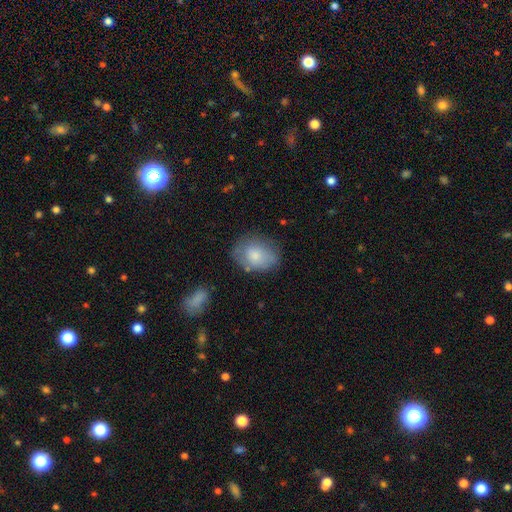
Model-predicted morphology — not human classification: smooth-or-featured: smooth: 75% | featured or disk: 18% | star or artifact: 7%
  how-rounded: in between: 70% | round: 29% | cigar-shaped: 1%
  merging: none: 65% | minor disturbance: 25% | major disturbance: 8% | merger: 3%